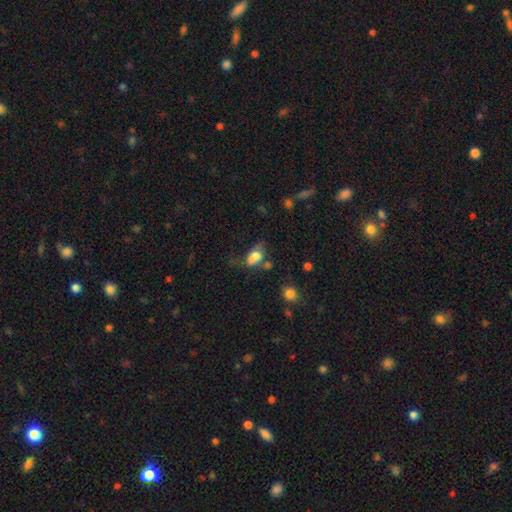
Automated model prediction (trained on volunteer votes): This is likely a smooth galaxy (70%). How rounded: clearly in between (83%). Merging: marginally major disturbance (30%).